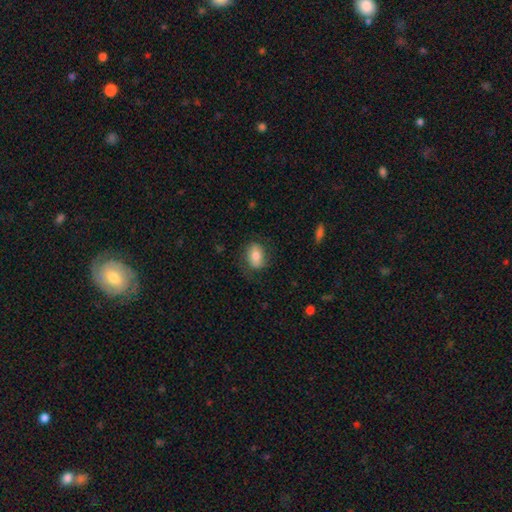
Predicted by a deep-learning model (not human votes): Smooth or featured: smooth — 77% (featured or disk — 15%)
How rounded: in between — 77% (round — 22%)
Merging: none — 74% (minor disturbance — 18%)